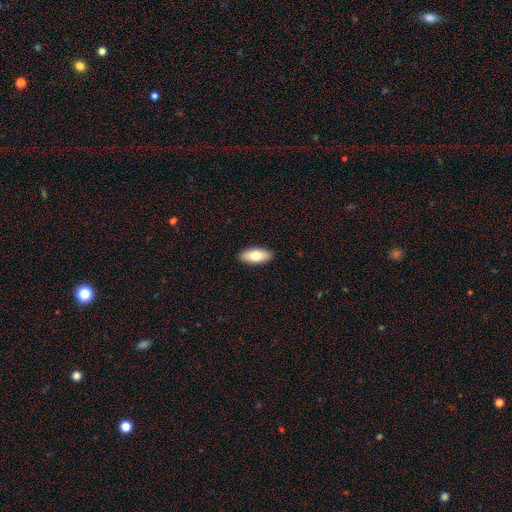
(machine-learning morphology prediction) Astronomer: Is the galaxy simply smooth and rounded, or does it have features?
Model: smooth — 75%.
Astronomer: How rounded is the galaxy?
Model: in between — 86%.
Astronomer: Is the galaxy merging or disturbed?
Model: none — 90%.